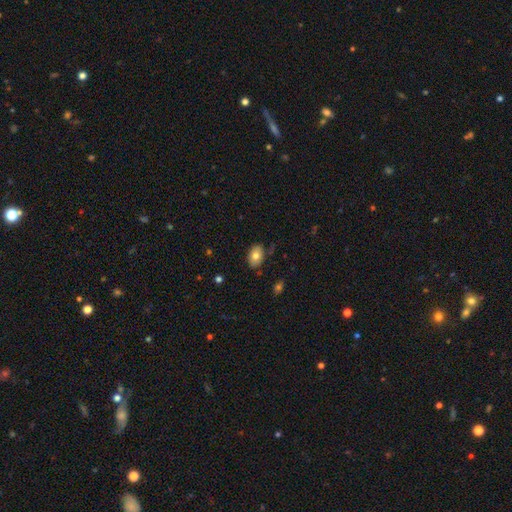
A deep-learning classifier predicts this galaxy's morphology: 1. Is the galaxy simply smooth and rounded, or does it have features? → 76% smooth, 16% featured or disk, 8% star or artifact.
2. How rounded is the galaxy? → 86% in between, 13% round, 1% cigar-shaped.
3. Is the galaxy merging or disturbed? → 80% none, 15% minor disturbance, 3% major disturbance, 2% merger.